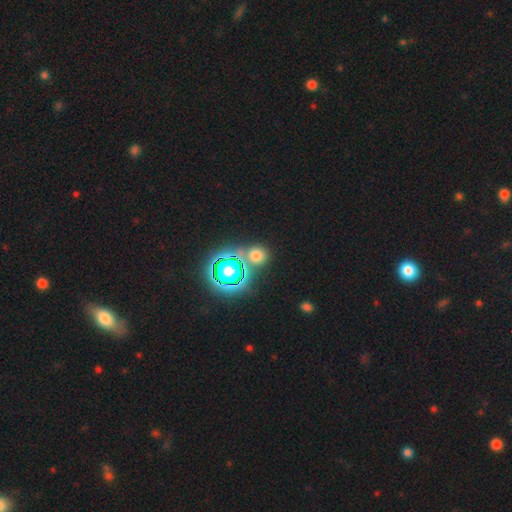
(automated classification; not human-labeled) Smooth or featured?
  - smooth: 54% *
  - star or artifact: 35%
  - featured or disk: 11%
How rounded?
  - round: 88% *
  - in between: 10%
  - cigar-shaped: 1%
Merging?
  - none: 74% *
  - merger: 14%
  - minor disturbance: 8%
  - major disturbance: 4%